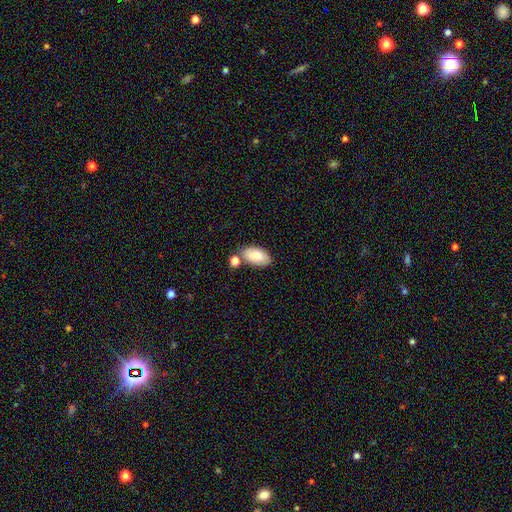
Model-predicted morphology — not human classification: type=smooth (84%); roundness=in between (95%); merging=none (69%).